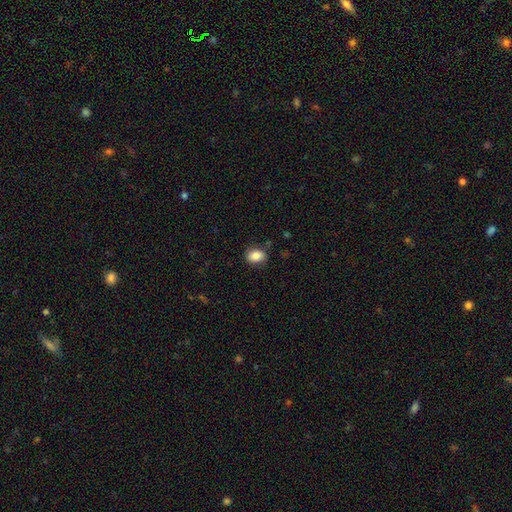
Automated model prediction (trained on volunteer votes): Overall: smooth (84%). How rounded: in between (68%; round 31%). Merging: none (79%).